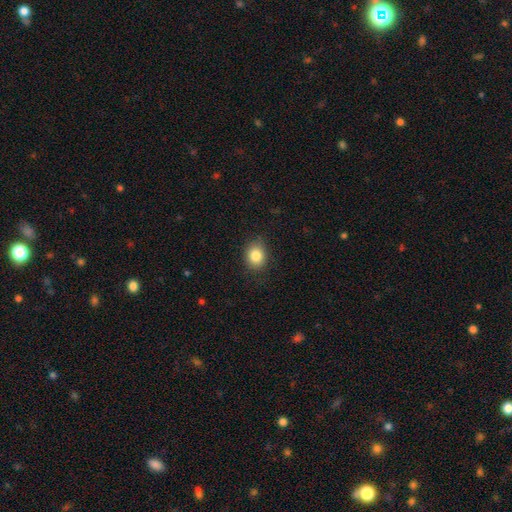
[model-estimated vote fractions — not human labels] A smooth galaxy with no disk features (84%) that is in between round and cigar-shaped (50%).

Vote fractions:
- Smooth or featured? smooth: 84% / star or artifact: 10% / featured or disk: 7%
- How rounded? in between: 50% / round: 49% / cigar-shaped: 1%
- Merging? none: 85% / minor disturbance: 12% / major disturbance: 3% / merger: 1%